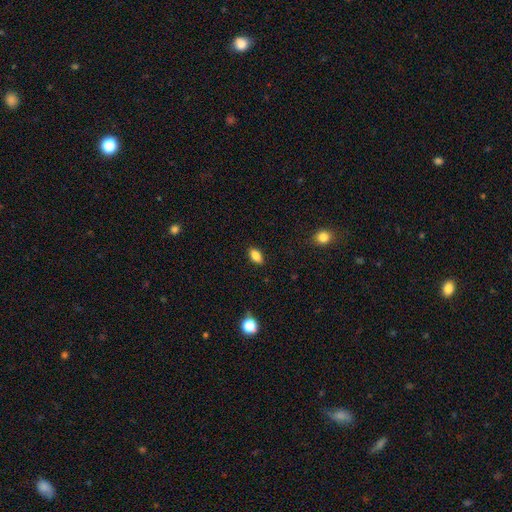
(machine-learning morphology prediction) Smooth or featured? Predicted: smooth (p=0.82). How rounded? Predicted: in between (p=0.88). Merging? Predicted: none (p=0.87).